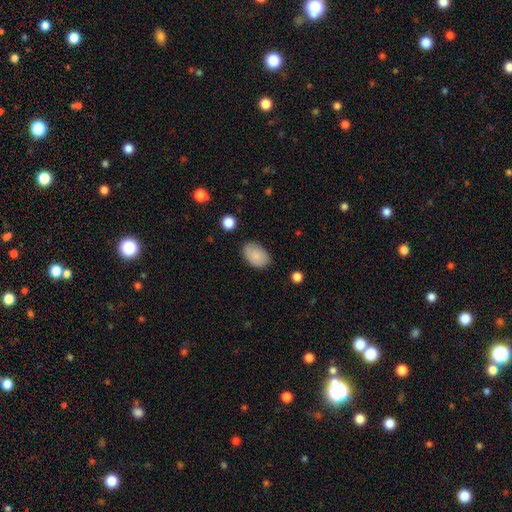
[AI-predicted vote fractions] Smooth or featured: smooth — 87% (star or artifact — 7%)
How rounded: in between — 89% (round — 10%)
Merging: none — 79% (minor disturbance — 16%)